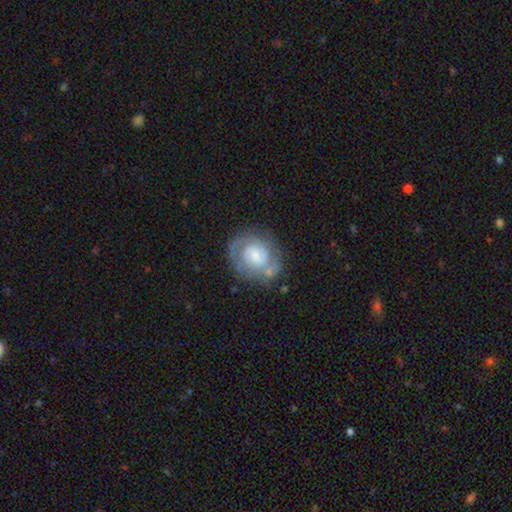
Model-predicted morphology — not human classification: type=featured or disk (72%); edge-on=no (98%); bar=no (55%); spiral arms=yes (86%); winding=tight (54%); arm count=2 (56%); bulge=small (35%); merging=none (62%).